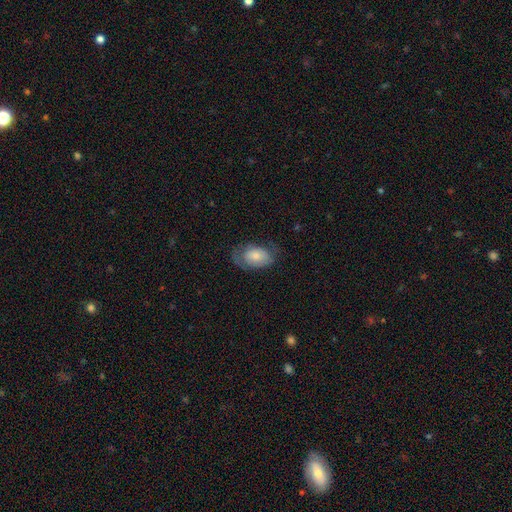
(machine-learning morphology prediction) Smooth or featured: smooth — 66% (featured or disk — 28%)
How rounded: in between — 89% (round — 9%)
Merging: none — 53% (minor disturbance — 28%)